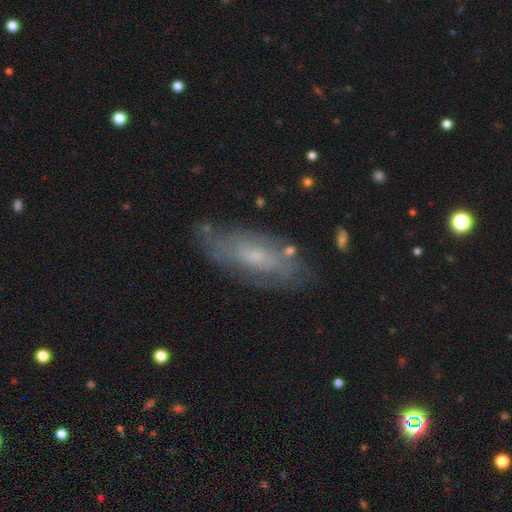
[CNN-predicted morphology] featured or disk 60%, smooth 32%, star or artifact 8%. Down the decision tree: edge-on disk — no (85%); bar — no (69%); spiral arms — yes (65%); bulge size — small (54%); merging — none (71%).